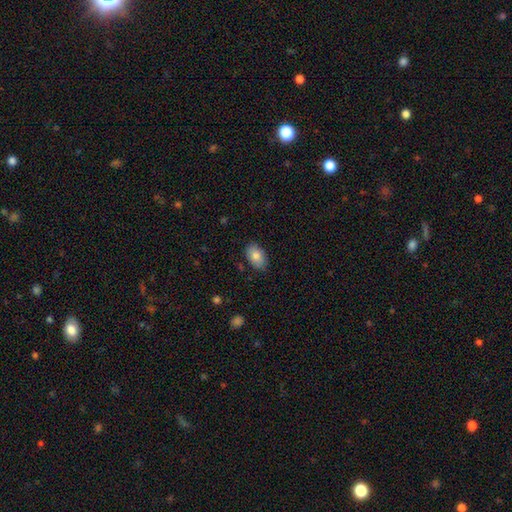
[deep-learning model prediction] Smooth or featured: smooth — 82% (featured or disk — 11%)
How rounded: in between — 91% (round — 8%)
Merging: none — 84% (minor disturbance — 12%)